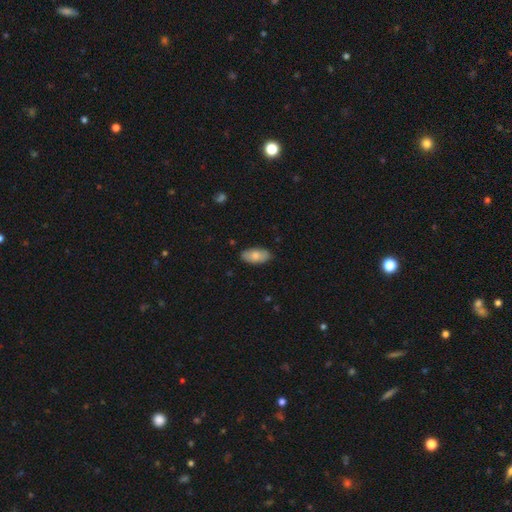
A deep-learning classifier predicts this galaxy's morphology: This is likely a smooth galaxy (77%). How rounded: clearly in between (93%). Merging: clearly none (85%).